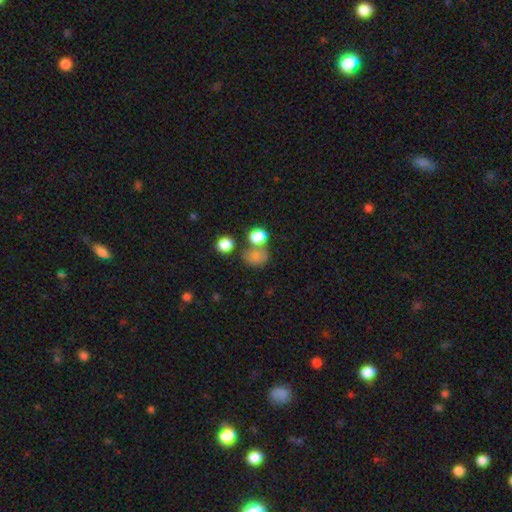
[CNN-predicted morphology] Q: Smooth or featured?
A: smooth (74%); runner-up: star or artifact (15%)
Q: How rounded?
A: round (64%); runner-up: in between (35%)
Q: Merging?
A: none (50%); runner-up: merger (27%)